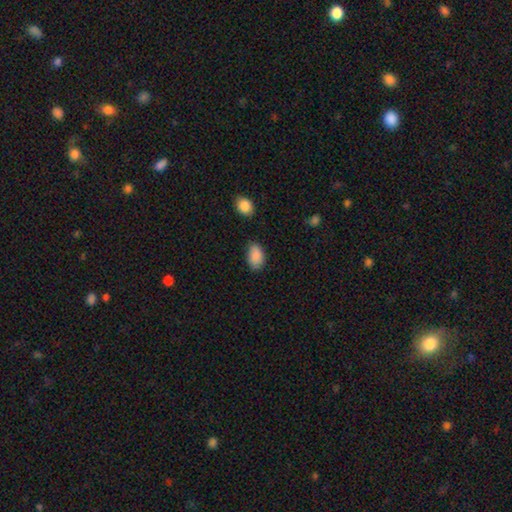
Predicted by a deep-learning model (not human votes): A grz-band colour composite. It shows a smooth galaxy with no disk features (88%) that is in between round and cigar-shaped (89%). Merging: none (71%).